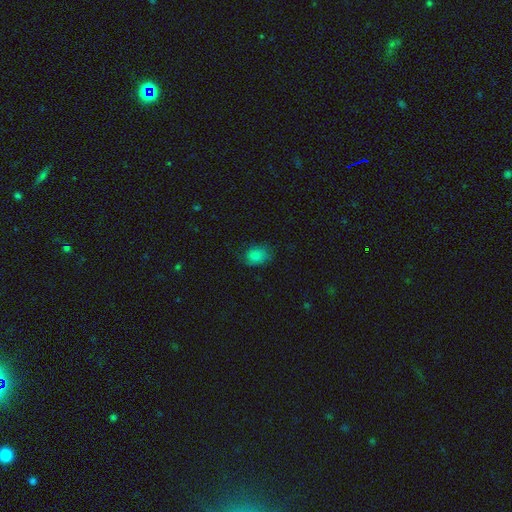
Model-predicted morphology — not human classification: This is likely a smooth galaxy (79%). How rounded: likely in between (62%). Merging: likely none (65%).